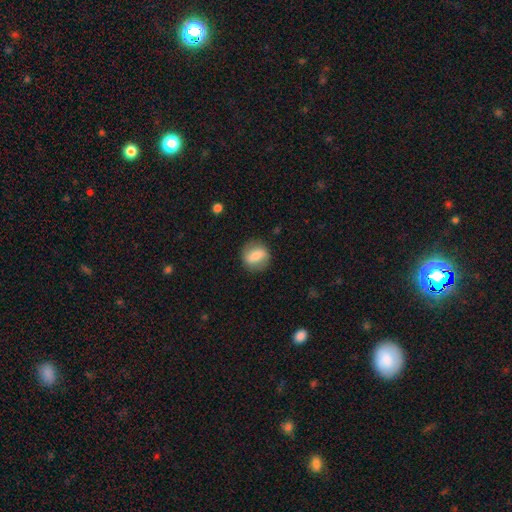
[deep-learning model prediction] This appears to be a smooth galaxy with no disk features (67%) that is round (64%). Merging: none (82%).